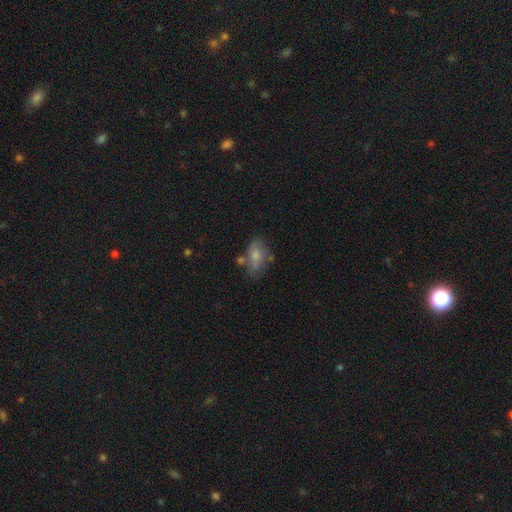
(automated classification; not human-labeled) smooth-or-featured: smooth: 68% | featured or disk: 24% | star or artifact: 8%
  how-rounded: in between: 89% | round: 7% | cigar-shaped: 4%
  merging: none: 52% | minor disturbance: 25% | merger: 13% | major disturbance: 10%